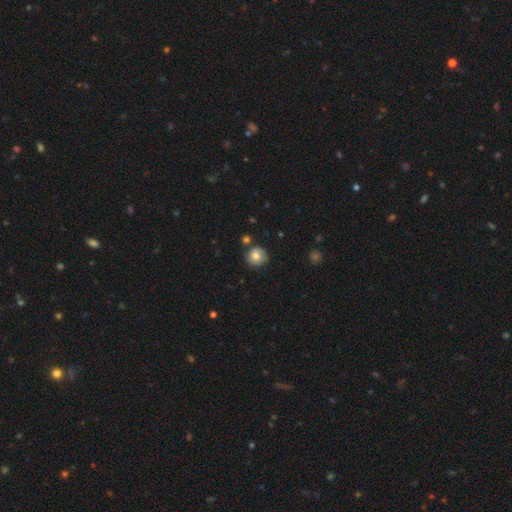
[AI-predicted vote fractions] Overall: smooth (76%). How rounded: round (92%). Merging: none (78%).